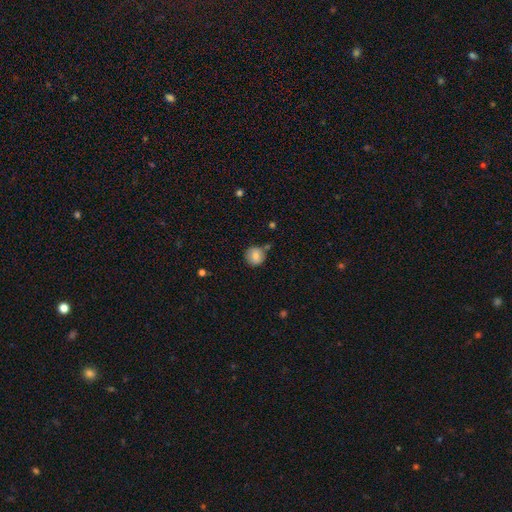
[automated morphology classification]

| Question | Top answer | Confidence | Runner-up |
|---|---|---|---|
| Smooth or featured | smooth | 80% | featured or disk (11%) |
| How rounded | round | 89% | in between (10%) |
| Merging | none | 70% | minor disturbance (18%) |